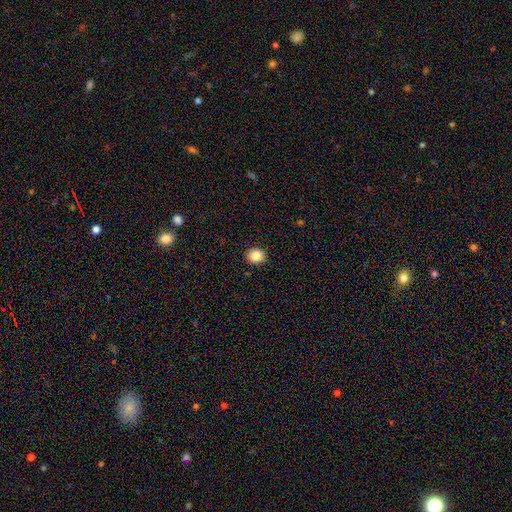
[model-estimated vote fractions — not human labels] Q: Smooth or featured?
A: smooth (85%); runner-up: star or artifact (10%)
Q: How rounded?
A: round (79%); runner-up: in between (20%)
Q: Merging?
A: none (92%); runner-up: minor disturbance (6%)